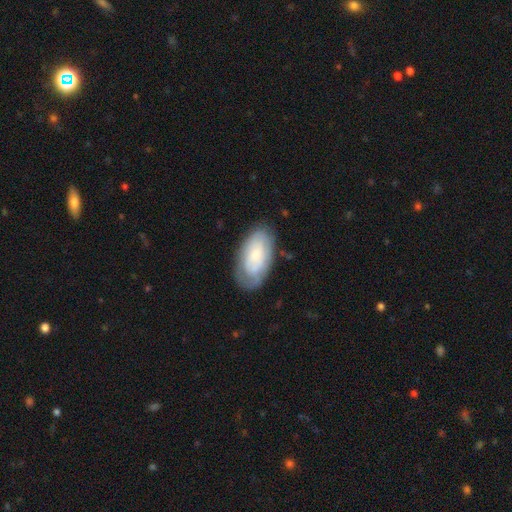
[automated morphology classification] A smooth galaxy with no disk features (51%) that is in between round and cigar-shaped (93%). Merging: none (70%).